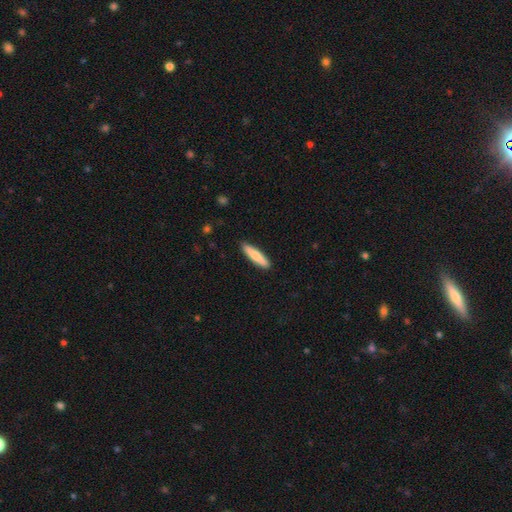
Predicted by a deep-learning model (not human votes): A smooth galaxy with no disk features (74%) that is cigar-shaped (86%). Merging: none (90%).